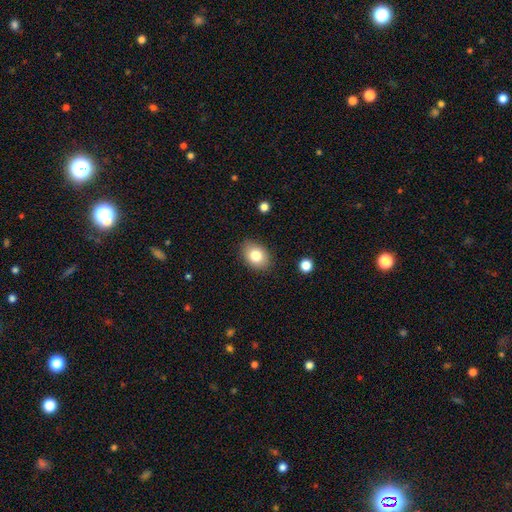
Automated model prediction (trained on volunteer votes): Smooth or featured?
  - smooth: 81% *
  - featured or disk: 10%
  - star or artifact: 9%
How rounded?
  - in between: 70% *
  - round: 29%
  - cigar-shaped: 1%
Merging?
  - none: 85% *
  - minor disturbance: 11%
  - major disturbance: 2%
  - merger: 1%